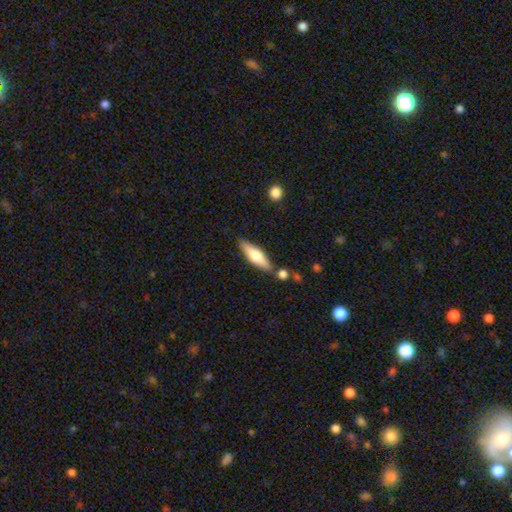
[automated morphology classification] Q: Smooth or featured?
A: smooth (53%); runner-up: featured or disk (42%)
Q: How rounded?
A: cigar-shaped (61%); runner-up: in between (37%)
Q: Merging?
A: none (77%); runner-up: minor disturbance (12%)